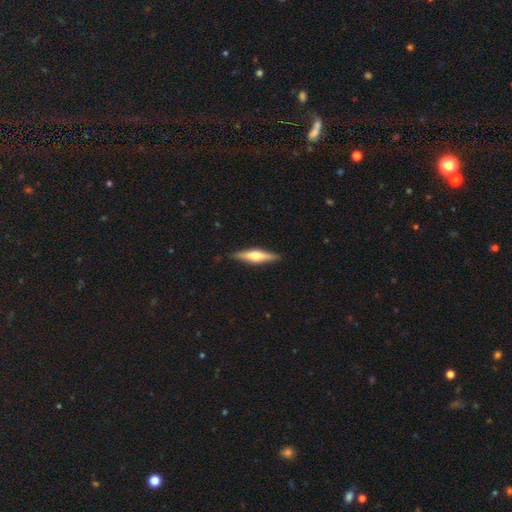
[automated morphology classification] Smooth or featured? Predicted: featured or disk (p=0.60). Edge-on disk? Predicted: yes (p=0.96). Edge-on bulge? Predicted: rounded (p=0.89). Merging? Predicted: none (p=0.88).